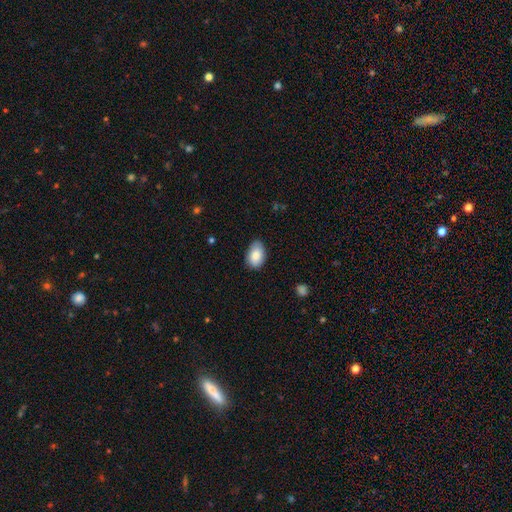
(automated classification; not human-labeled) This is clearly a smooth galaxy (83%). How rounded: clearly in between (90%). Merging: likely none (79%).